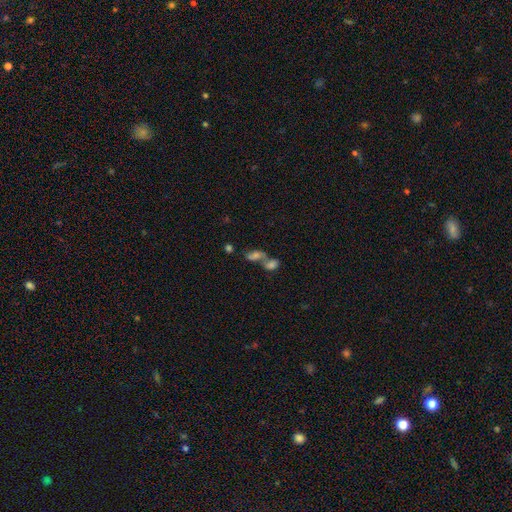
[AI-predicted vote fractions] Smooth or featured: smooth — 52% (featured or disk — 28%)
How rounded: in between — 73% (round — 14%)
Merging: merger — 64% (none — 23%)